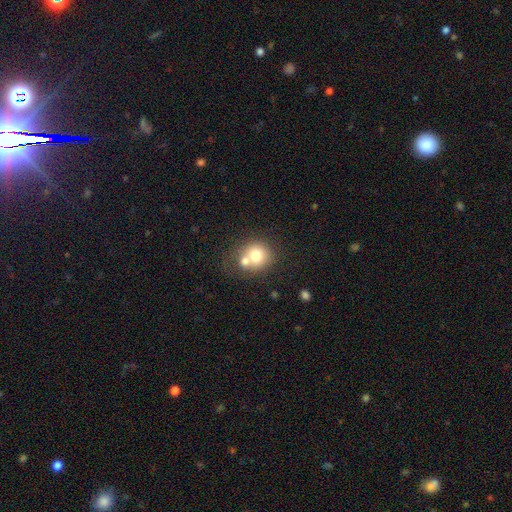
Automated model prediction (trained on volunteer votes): smooth 71%, featured or disk 19%, star or artifact 10%. Down the decision tree: how rounded — round (80%); merging — merger (48%).